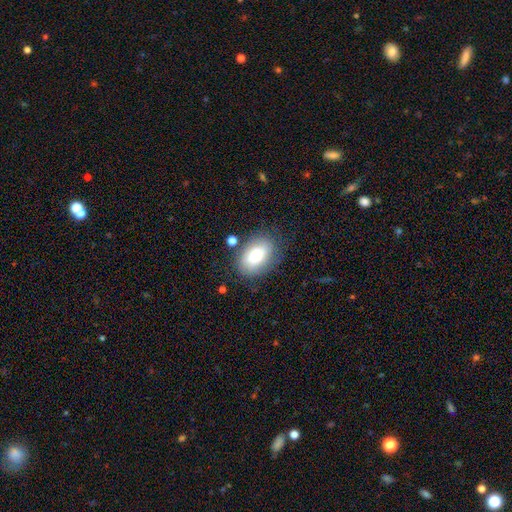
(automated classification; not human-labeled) smooth 78%, featured or disk 14%, star or artifact 8%. Down the decision tree: how rounded — in between (88%); merging — none (73%).